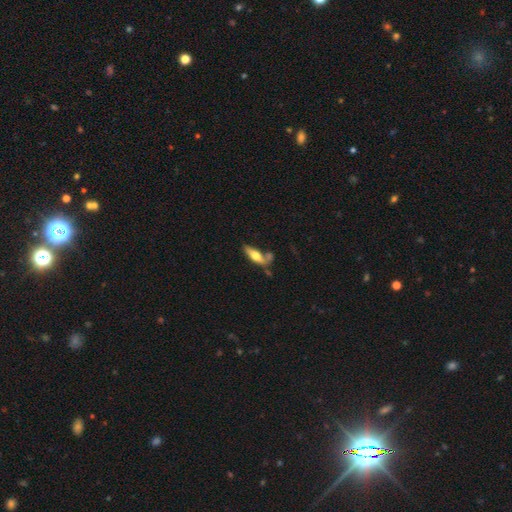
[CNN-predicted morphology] smooth_or_featured: smooth (p=0.54) [alt: featured or disk p=0.40]
how_rounded: in between (p=0.52) [alt: cigar-shaped p=0.45]
merging: none (p=0.47) [alt: merger p=0.22]